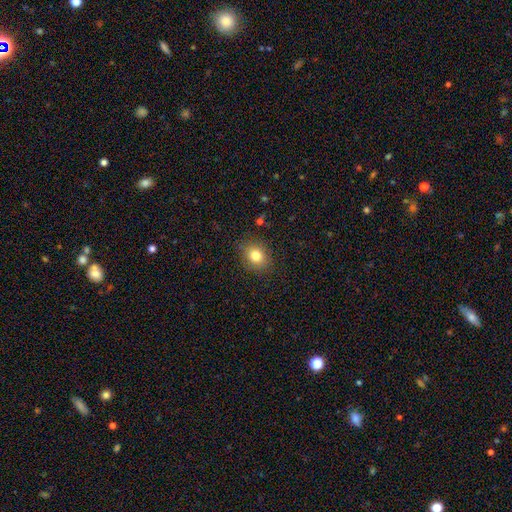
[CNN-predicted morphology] Smooth or featured? Predicted: smooth (p=0.80). How rounded? Predicted: round (p=0.59). Merging? Predicted: none (p=0.84).